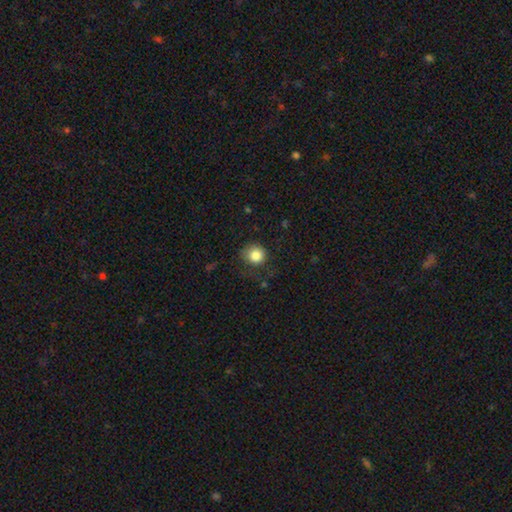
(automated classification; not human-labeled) Overall: smooth (84%). How rounded: round (87%). Merging: none (65%).